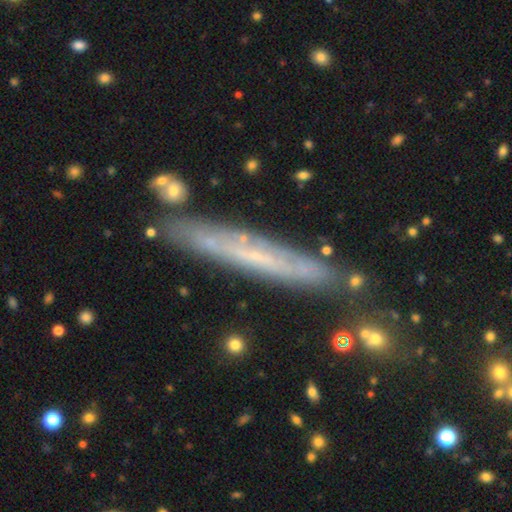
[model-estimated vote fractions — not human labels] A featured or disk galaxy (57%) viewed edge-on (82%). Merging: none (84%).